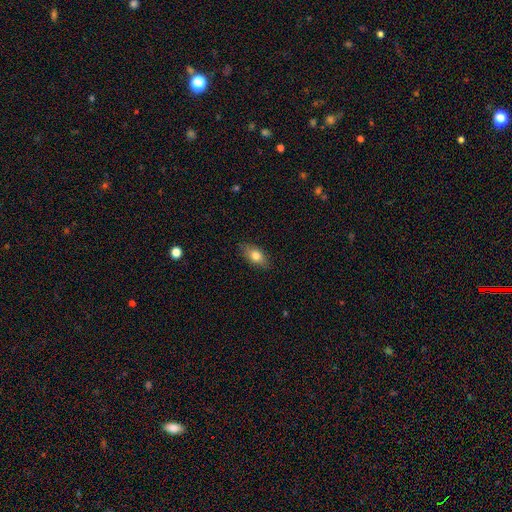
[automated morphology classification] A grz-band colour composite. It shows a smooth galaxy with no disk features (78%) that is in between round and cigar-shaped (87%). Merging: none (84%).